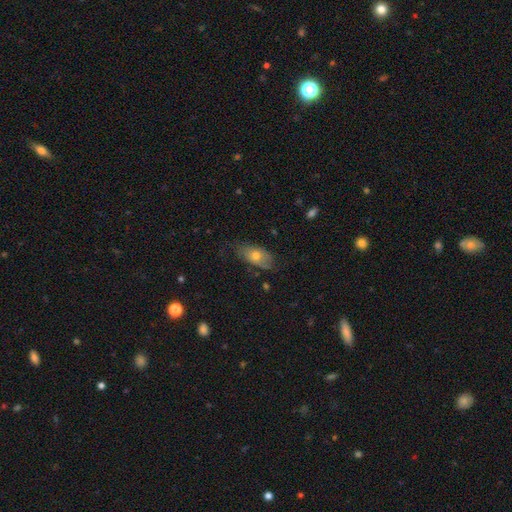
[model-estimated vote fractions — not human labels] Smooth or featured? Predicted: smooth (p=0.65). How rounded? Predicted: in between (p=0.89). Merging? Predicted: none (p=0.64).